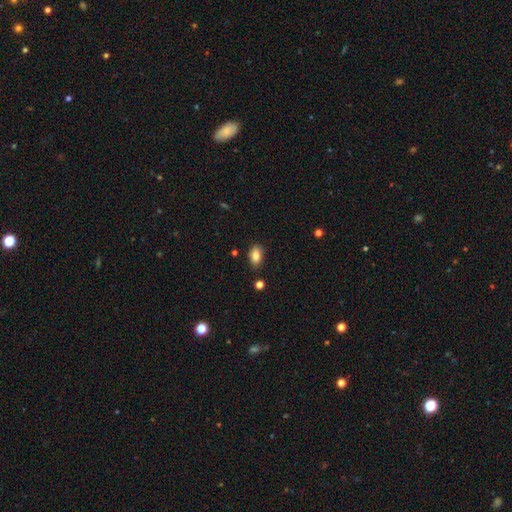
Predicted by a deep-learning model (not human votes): Q: Smooth or featured?
A: smooth (85%); runner-up: star or artifact (9%)
Q: How rounded?
A: in between (89%); runner-up: round (9%)
Q: Merging?
A: none (84%); runner-up: minor disturbance (11%)